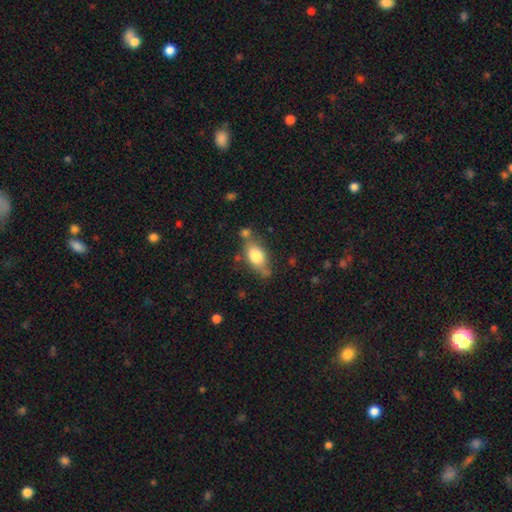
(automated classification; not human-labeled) The model was most divided on "merging": none: 58%, minor disturbance: 23%, merger: 12%, major disturbance: 7%. More confident: how rounded — in between (83%); smooth or featured — smooth (75%).